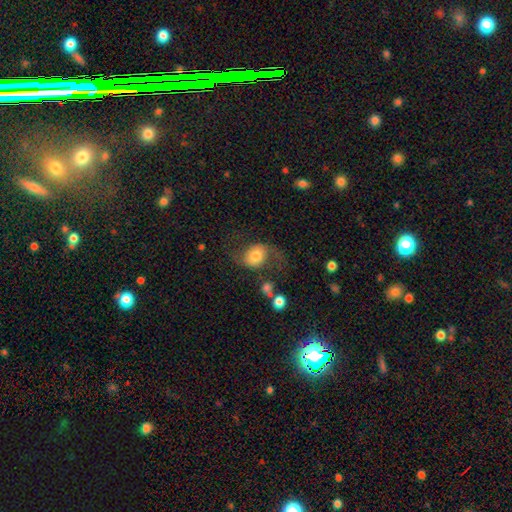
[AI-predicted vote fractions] This is possibly a smooth galaxy (49%). Merging: possibly none (51%).